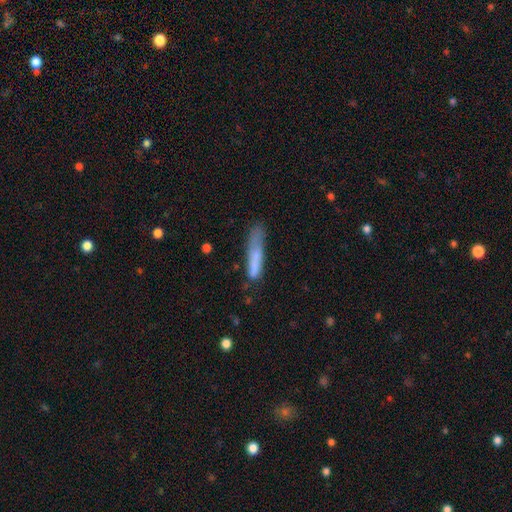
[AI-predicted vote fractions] Smooth or featured: smooth — 71% (featured or disk — 21%)
How rounded: cigar-shaped — 89% (in between — 10%)
Merging: none — 50% (minor disturbance — 29%)